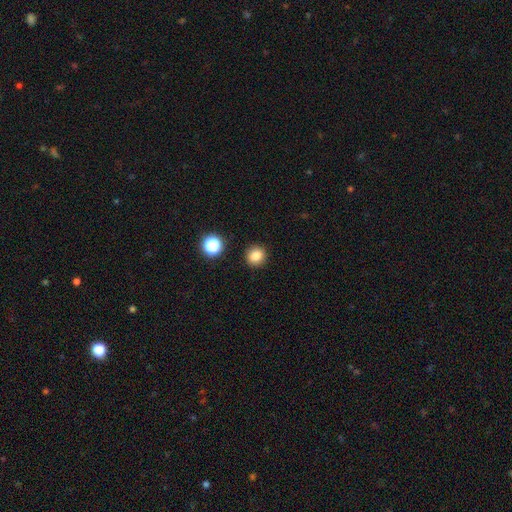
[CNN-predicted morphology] smooth 83%, star or artifact 12%, featured or disk 5%. Down the decision tree: how rounded — round (89%); merging — none (91%).